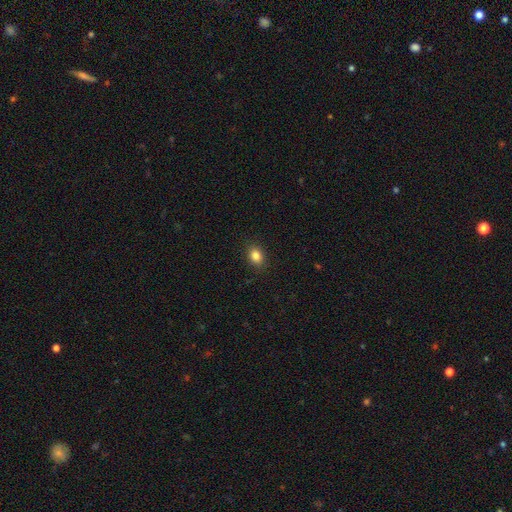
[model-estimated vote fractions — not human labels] Smooth or featured: smooth — 85% (star or artifact — 10%)
How rounded: in between — 58% (round — 40%)
Merging: none — 89% (minor disturbance — 8%)